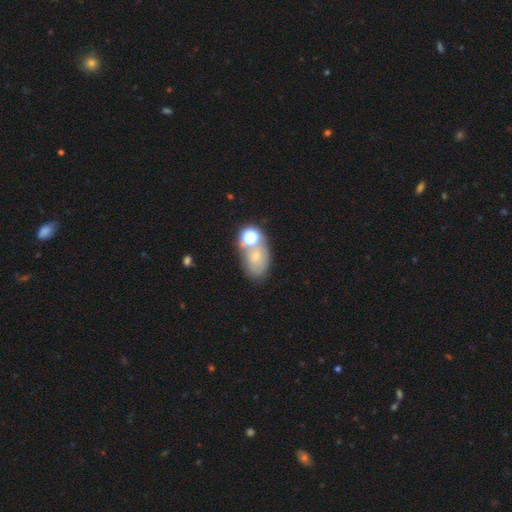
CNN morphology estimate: Smooth or featured? Predicted: smooth (p=0.50). Merging? Predicted: none (p=0.47).